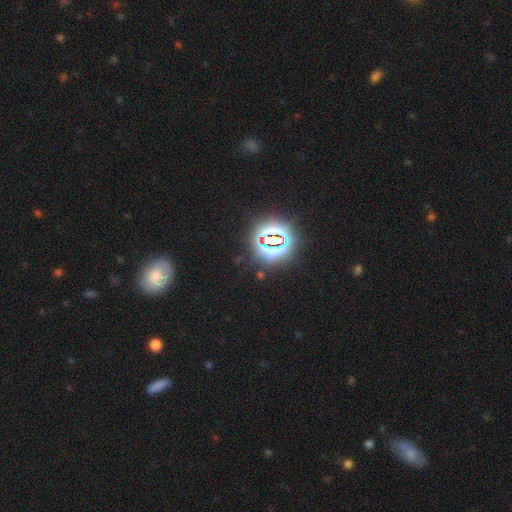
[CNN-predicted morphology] Smooth or featured: star or artifact — 76% (smooth — 17%)